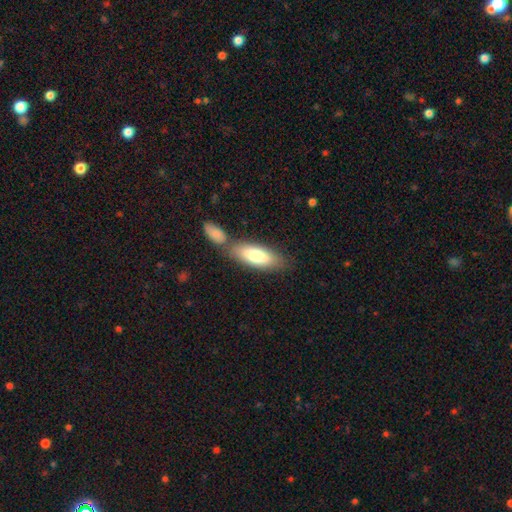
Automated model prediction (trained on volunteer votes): Overall: smooth (76%). How rounded: in between (70%). Merging: none (58%; merger 27%).